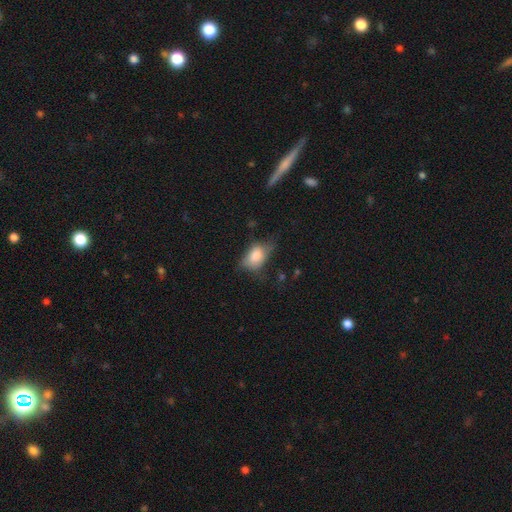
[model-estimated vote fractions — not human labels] Smooth or featured? Predicted: smooth (p=0.78). How rounded? Predicted: in between (p=0.82). Merging? Predicted: none (p=0.38).